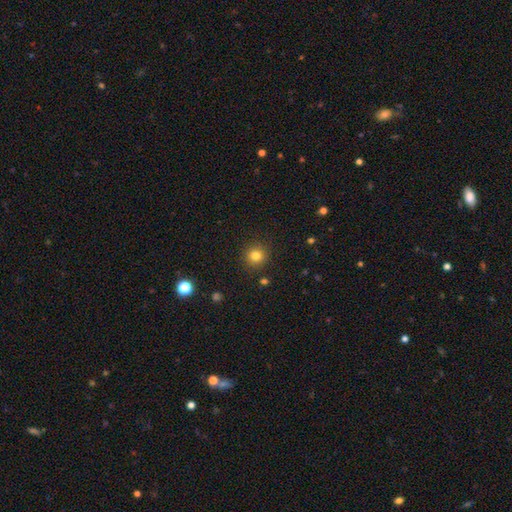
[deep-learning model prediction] smooth-or-featured: smooth: 81% | star or artifact: 13% | featured or disk: 6%
  how-rounded: round: 92% | in between: 7% | cigar-shaped: 1%
  merging: none: 90% | minor disturbance: 6% | major disturbance: 2% | merger: 2%